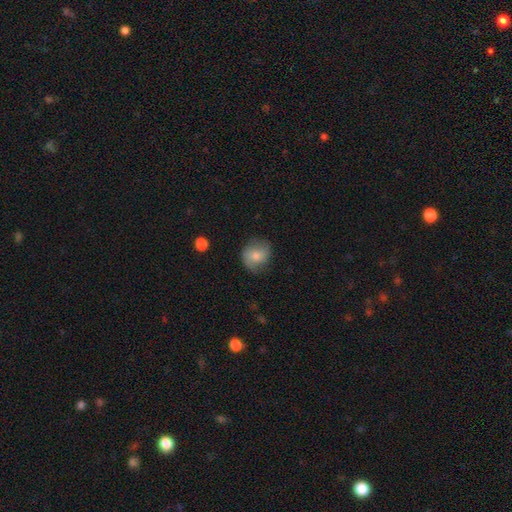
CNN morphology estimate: Smooth or featured? Predicted: smooth (p=0.67). How rounded? Predicted: round (p=0.76). Merging? Predicted: none (p=0.70).